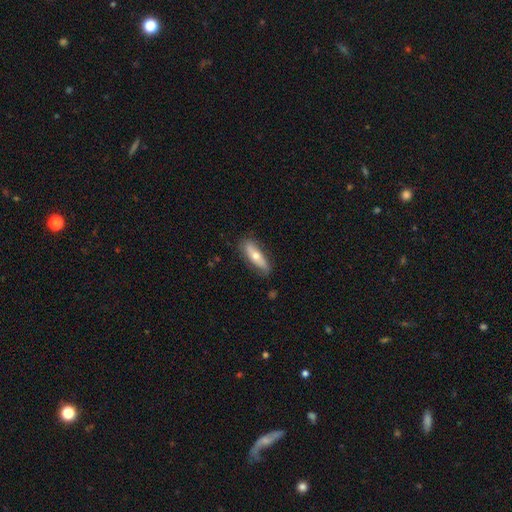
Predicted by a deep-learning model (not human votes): Overall: smooth (55%; featured or disk 39%). How rounded: cigar-shaped (51%; in between 47%). Merging: none (78%).